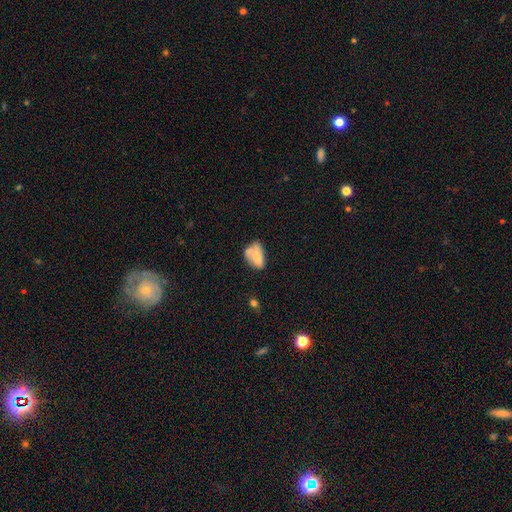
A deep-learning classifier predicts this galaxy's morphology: Q: Smooth or featured?
A: smooth (61%); runner-up: featured or disk (30%)
Q: How rounded?
A: in between (88%); runner-up: round (9%)
Q: Merging?
A: none (36%); runner-up: minor disturbance (31%)